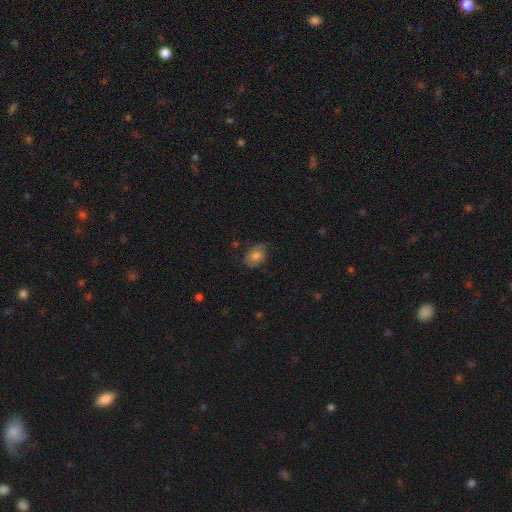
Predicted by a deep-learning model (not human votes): Smooth or featured: smooth — 72% (featured or disk — 19%)
How rounded: in between — 71% (round — 28%)
Merging: none — 67% (minor disturbance — 26%)